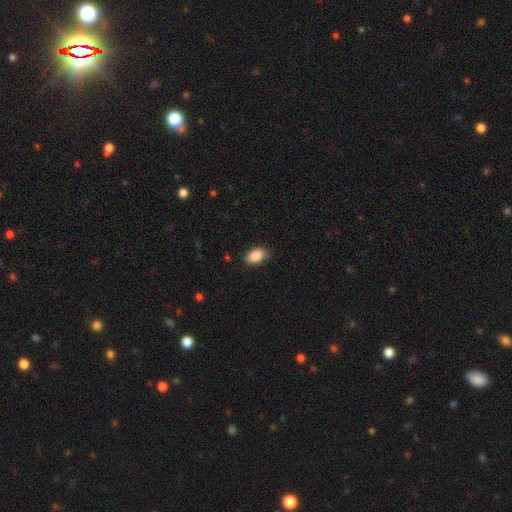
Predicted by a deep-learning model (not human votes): Overall: smooth (87%). How rounded: in between (89%). Merging: none (78%).